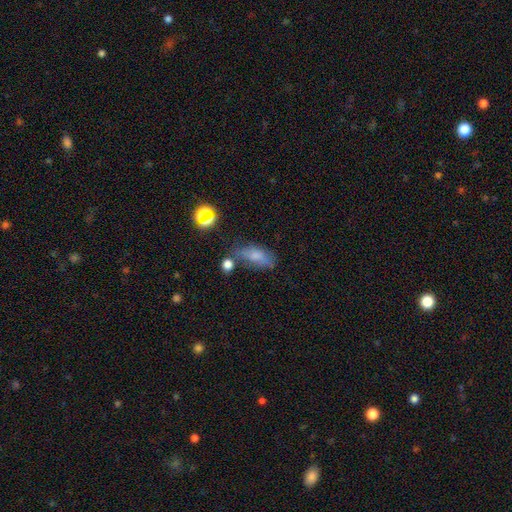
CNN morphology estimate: smooth 67%, featured or disk 19%, star or artifact 14%. Down the decision tree: how rounded — in between (77%); merging — none (51%).